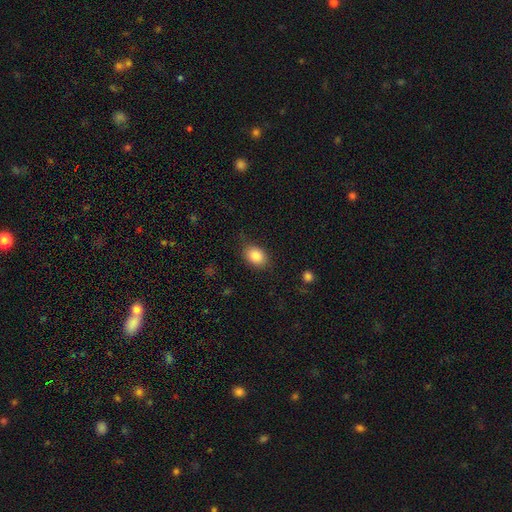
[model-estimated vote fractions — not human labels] Smooth or featured?
  - smooth: 86% *
  - star or artifact: 8%
  - featured or disk: 6%
How rounded?
  - in between: 75% *
  - round: 23%
  - cigar-shaped: 1%
Merging?
  - none: 79% *
  - minor disturbance: 16%
  - major disturbance: 4%
  - merger: 1%